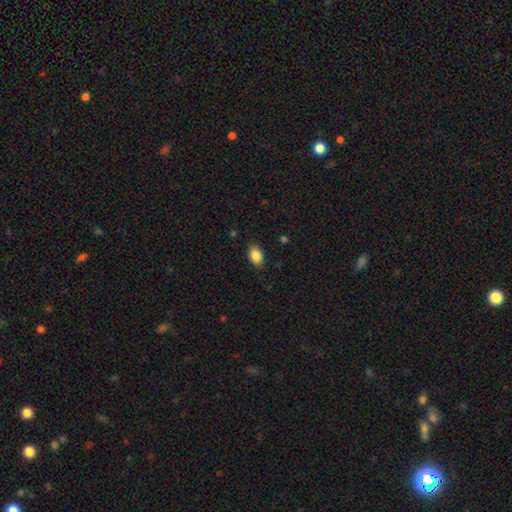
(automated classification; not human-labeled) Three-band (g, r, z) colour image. It shows a smooth galaxy with no disk features (87%) that is in between round and cigar-shaped (85%). Merging: none (86%).